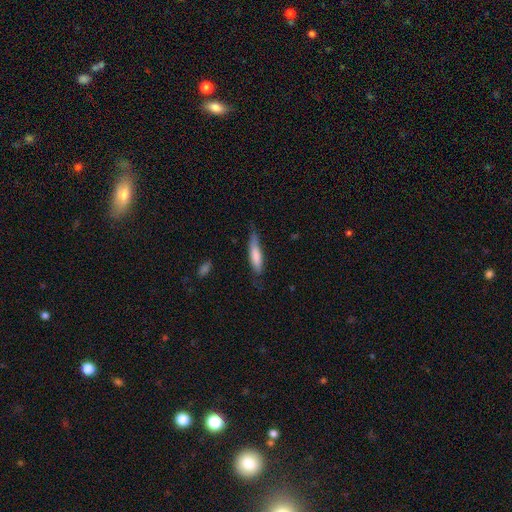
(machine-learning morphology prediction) type=smooth (74%); roundness=cigar-shaped (75%); merging=none (66%).